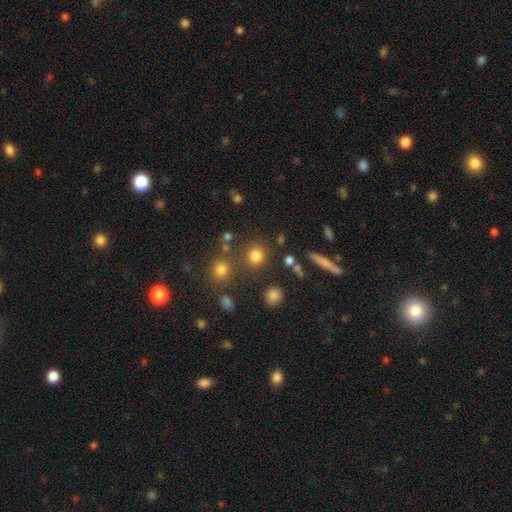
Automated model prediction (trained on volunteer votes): smooth_or_featured: smooth (p=0.79) [alt: star or artifact p=0.14]
how_rounded: round (p=0.85) [alt: in between p=0.14]
merging: none (p=0.77) [alt: merger p=0.10]